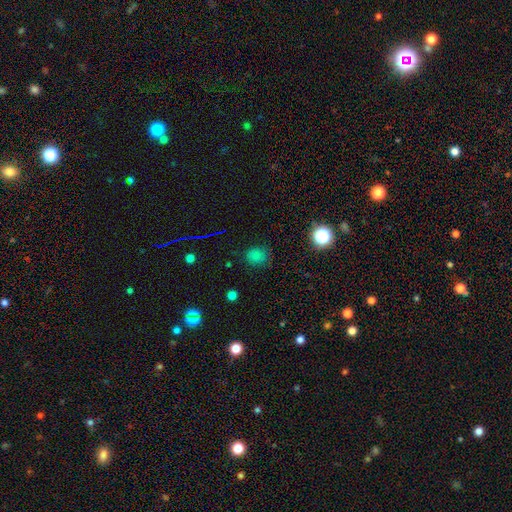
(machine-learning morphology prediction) Overall: smooth (66%; star or artifact 28%). How rounded: round (77%). Merging: none (81%).